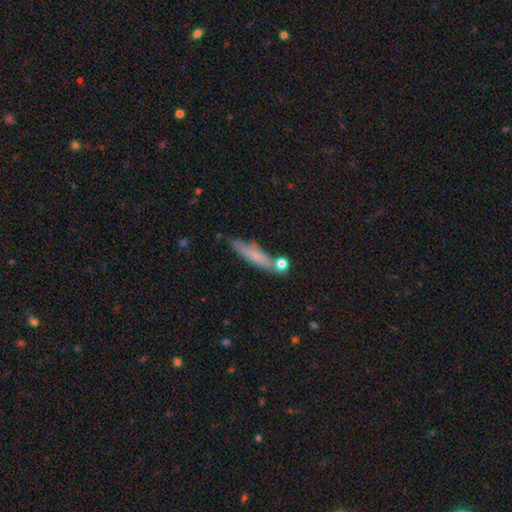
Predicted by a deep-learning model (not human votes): This appears to be a smooth galaxy with no disk features (68%) that is cigar-shaped (86%). Merging: none (71%).